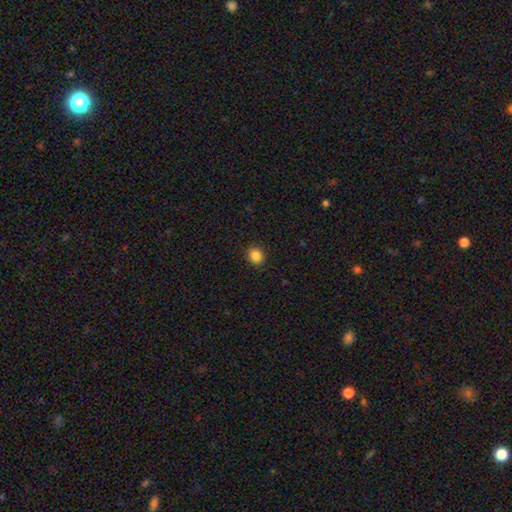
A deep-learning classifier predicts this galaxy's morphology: A smooth galaxy with no disk features (85%) that is round (74%).

Vote fractions:
- Smooth or featured? smooth: 85% / star or artifact: 10% / featured or disk: 4%
- How rounded? round: 74% / in between: 26% / cigar-shaped: 1%
- Merging? none: 91% / minor disturbance: 6% / major disturbance: 2% / merger: 1%